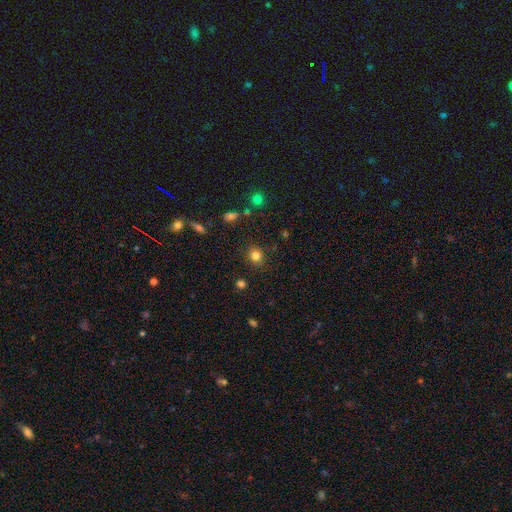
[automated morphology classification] Smooth or featured? Predicted: smooth (p=0.81). How rounded? Predicted: round (p=0.81). Merging? Predicted: none (p=0.88).